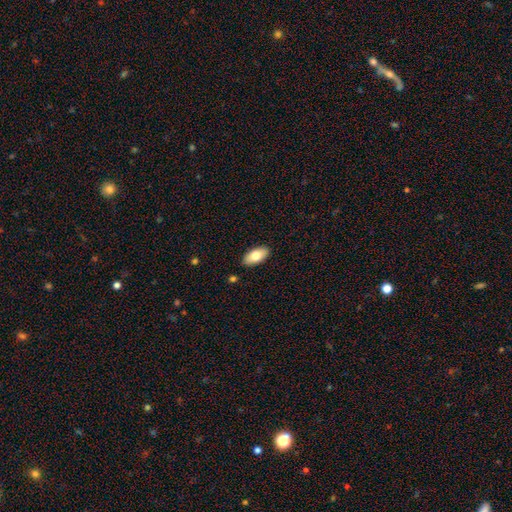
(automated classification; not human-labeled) smooth_or_featured: smooth (p=0.80) [alt: featured or disk p=0.14]
how_rounded: in between (p=0.92) [alt: cigar-shaped p=0.05]
merging: none (p=0.89) [alt: minor disturbance p=0.08]